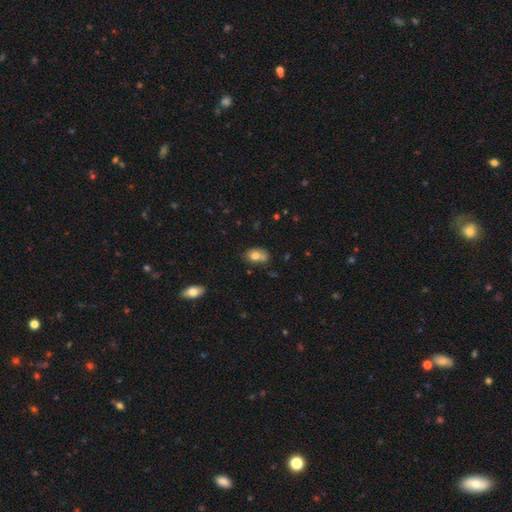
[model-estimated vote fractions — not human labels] This appears to be a smooth galaxy with no disk features (74%) that is in between round and cigar-shaped (77%). Merging: none (51%).